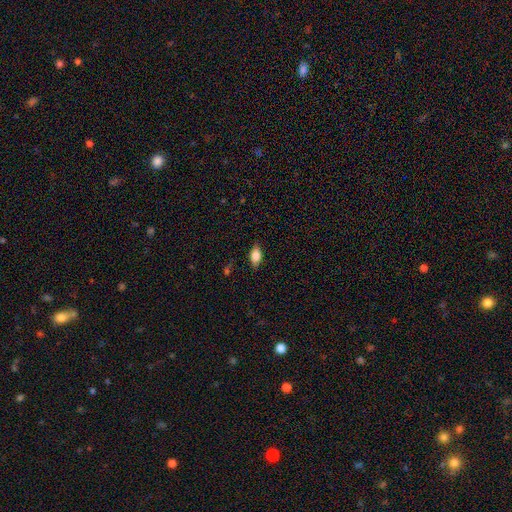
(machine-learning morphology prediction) smooth_or_featured: smooth (p=0.78) [alt: featured or disk p=0.14]
how_rounded: in between (p=0.86) [alt: cigar-shaped p=0.07]
merging: none (p=0.82) [alt: minor disturbance p=0.14]